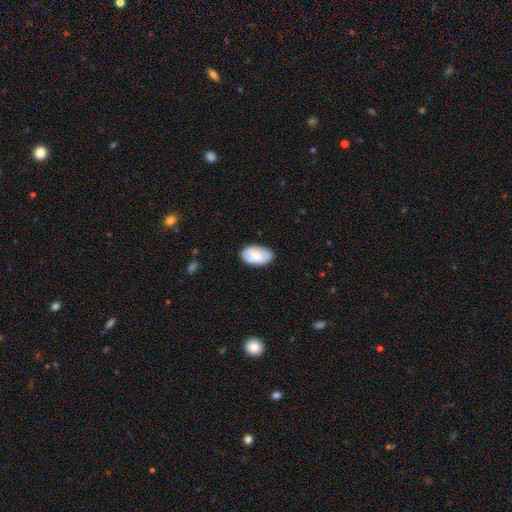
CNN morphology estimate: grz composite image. It shows a smooth galaxy with no disk features (78%) that is in between round and cigar-shaped (94%). Merging: none (80%).